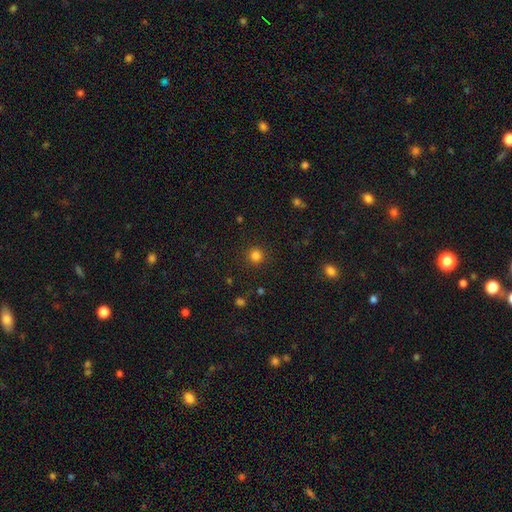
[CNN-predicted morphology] smooth-or-featured: smooth: 82% | star or artifact: 14% | featured or disk: 4%
  how-rounded: round: 94% | in between: 5% | cigar-shaped: 1%
  merging: none: 90% | minor disturbance: 6% | major disturbance: 2% | merger: 1%